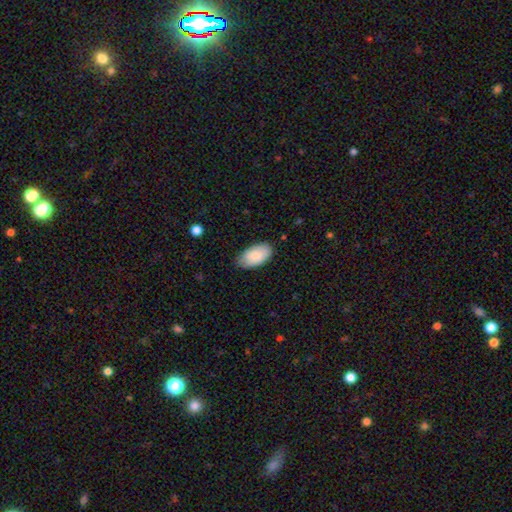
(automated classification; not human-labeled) Smooth or featured? smooth (88%)
How rounded? in between (96%)
Merging? none (80%)